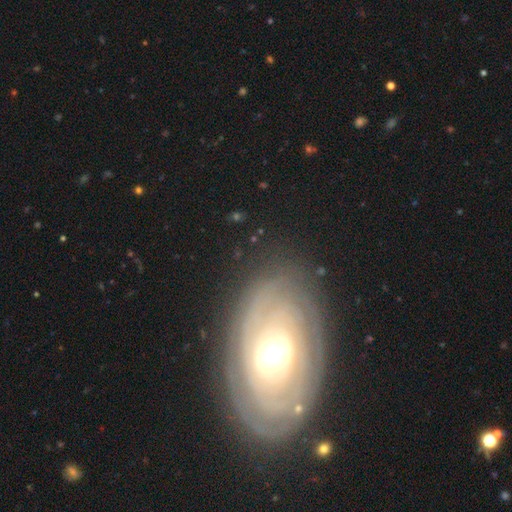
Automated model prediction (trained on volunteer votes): Smooth or featured? Predicted: featured or disk (p=0.77). Edge-on disk? Predicted: no (p=0.92). Bar? Predicted: no (p=0.52). Spiral arms? Predicted: yes (p=0.78). Spiral winding? Predicted: tight (p=0.77). Spiral arm count? Predicted: can't tell (p=0.51). Bulge size? Predicted: moderate (p=0.68). Merging? Predicted: none (p=0.81).